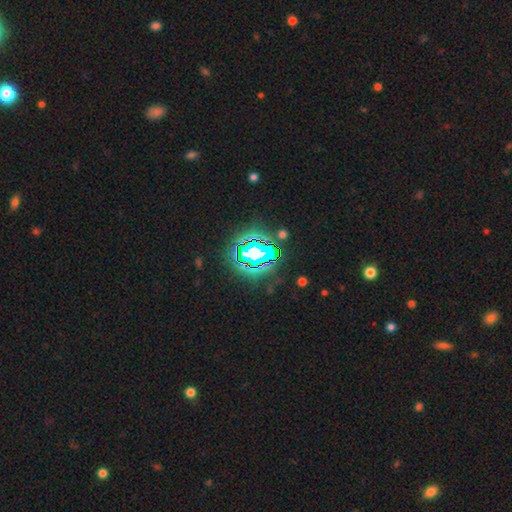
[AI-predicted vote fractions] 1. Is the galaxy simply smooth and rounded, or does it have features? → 71% star or artifact, 15% smooth, 14% featured or disk.